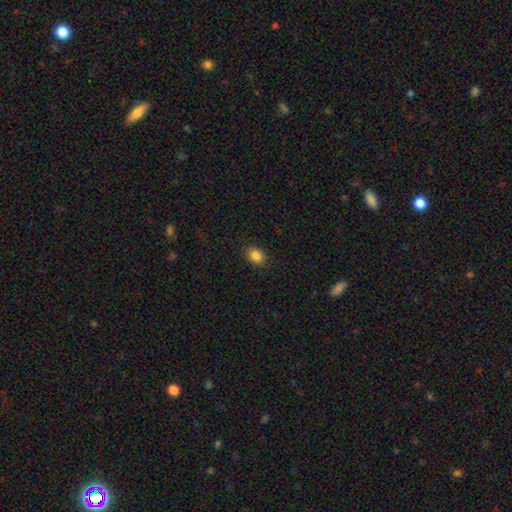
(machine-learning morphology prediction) Smooth or featured? Predicted: smooth (p=0.86). How rounded? Predicted: in between (p=0.58). Merging? Predicted: none (p=0.88).